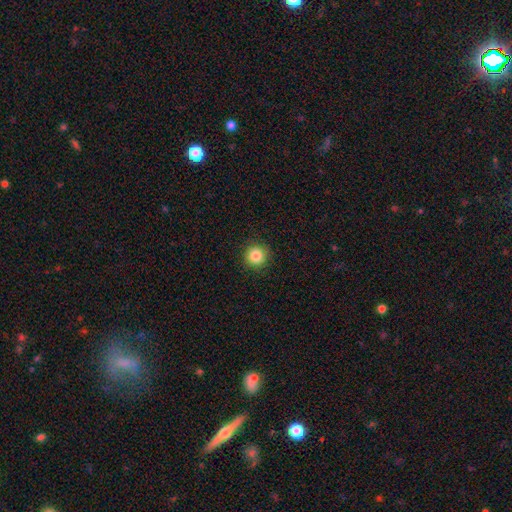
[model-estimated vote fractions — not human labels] Overall: smooth (85%). How rounded: round (95%). Merging: none (91%).